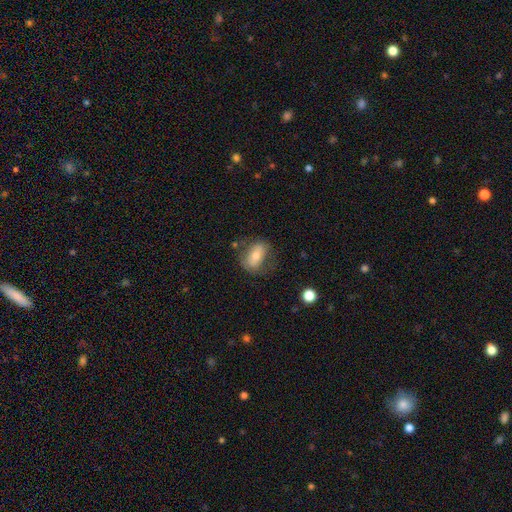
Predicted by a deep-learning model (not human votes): The model was most divided on "smooth or featured": smooth: 57%, featured or disk: 35%, star or artifact: 8%. More confident: how rounded — in between (80%); merging — none (63%).